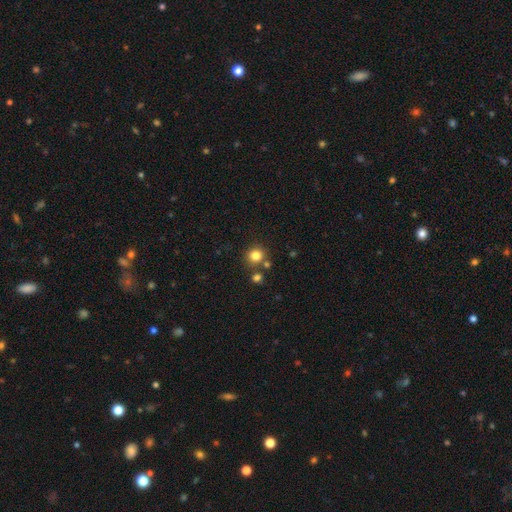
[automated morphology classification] This is clearly a smooth galaxy (81%). How rounded: clearly round (89%). Merging: likely none (76%).